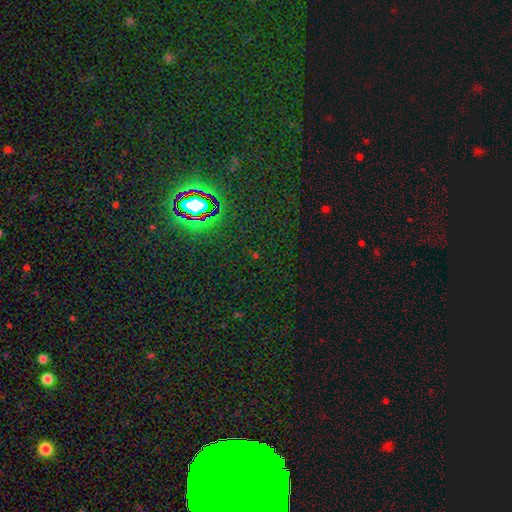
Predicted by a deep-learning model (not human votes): Smooth or featured? star or artifact (78%)